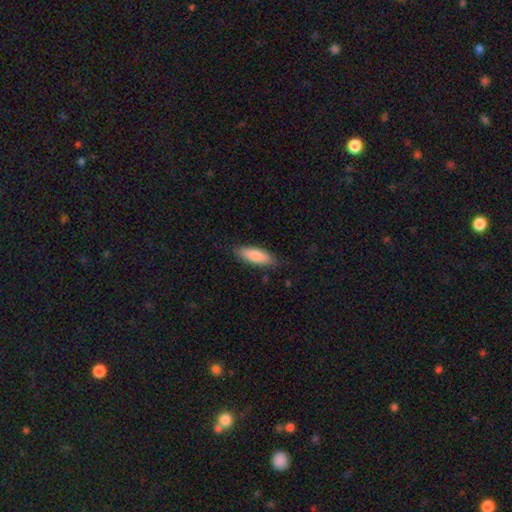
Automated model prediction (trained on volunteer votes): smooth_or_featured: smooth (p=0.83) [alt: featured or disk p=0.11]
how_rounded: in between (p=0.60) [alt: cigar-shaped p=0.38]
merging: none (p=0.83) [alt: minor disturbance p=0.13]